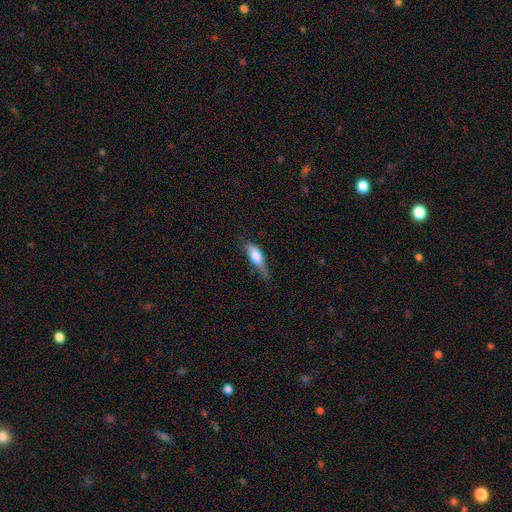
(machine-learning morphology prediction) The model was most divided on "merging": none: 44%, minor disturbance: 39%, major disturbance: 14%, merger: 3%. More confident: smooth or featured — smooth (71%); how rounded — in between (61%).